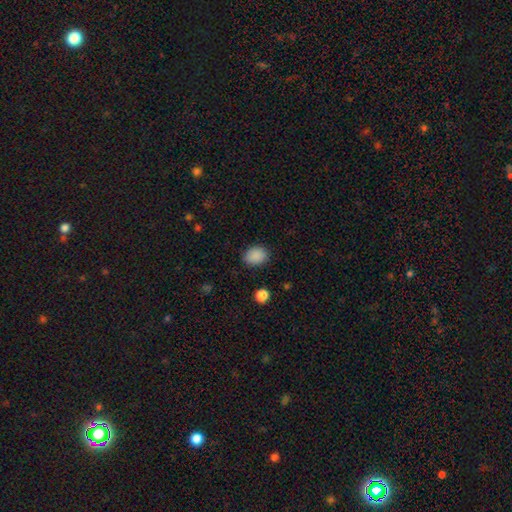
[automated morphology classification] smooth_or_featured: smooth (p=0.88) [alt: star or artifact p=0.09]
how_rounded: in between (p=0.62) [alt: round p=0.37]
merging: none (p=0.84) [alt: minor disturbance p=0.11]